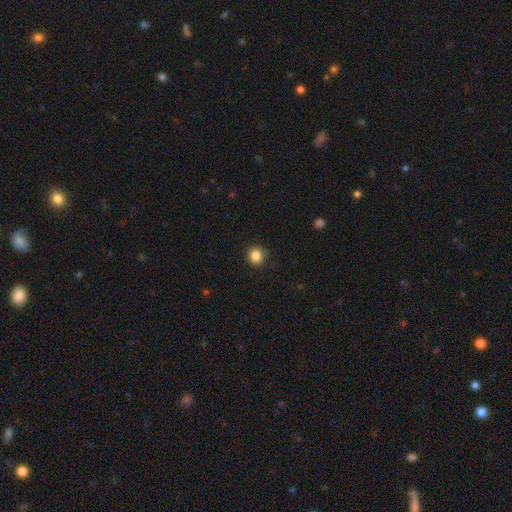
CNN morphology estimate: Smooth or featured? Predicted: smooth (p=0.86). How rounded? Predicted: round (p=0.86). Merging? Predicted: none (p=0.87).